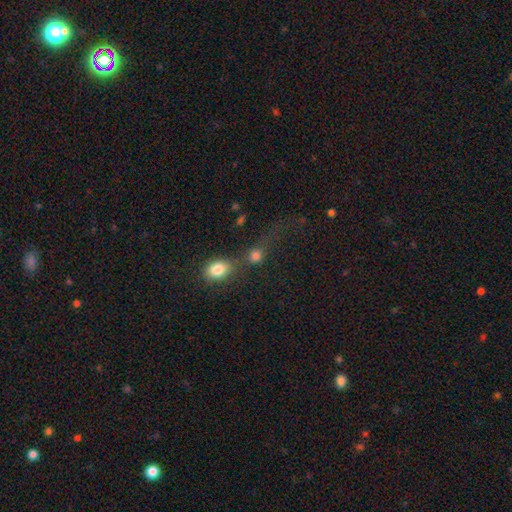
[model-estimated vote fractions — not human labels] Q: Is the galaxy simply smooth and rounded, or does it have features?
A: smooth — 77%.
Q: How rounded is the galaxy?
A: round — 71%.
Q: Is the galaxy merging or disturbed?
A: merger — 46%.